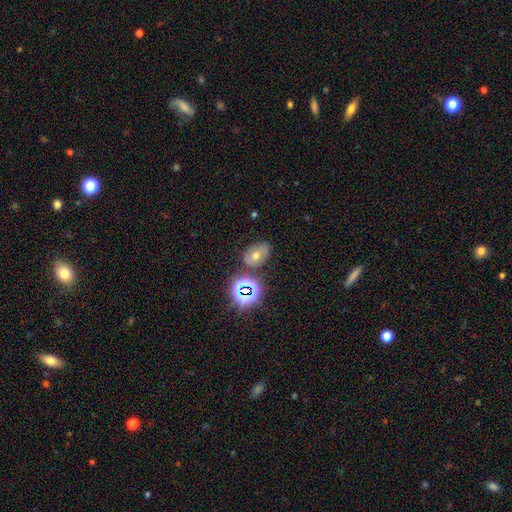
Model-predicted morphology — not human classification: Smooth or featured? smooth (41%)
Merging? none (71%)